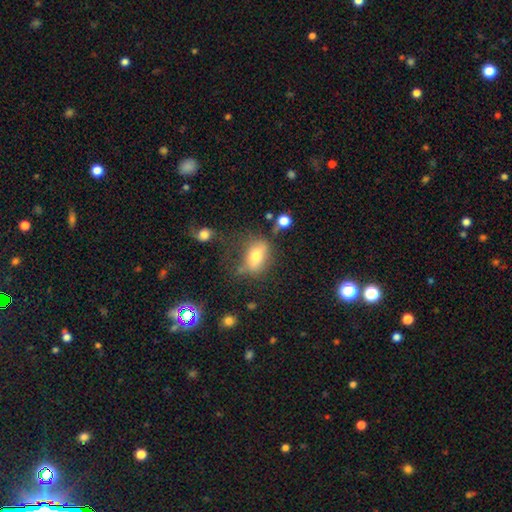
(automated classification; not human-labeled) smooth 65%, featured or disk 23%, star or artifact 12%. Down the decision tree: how rounded — in between (79%); merging — none (52%).